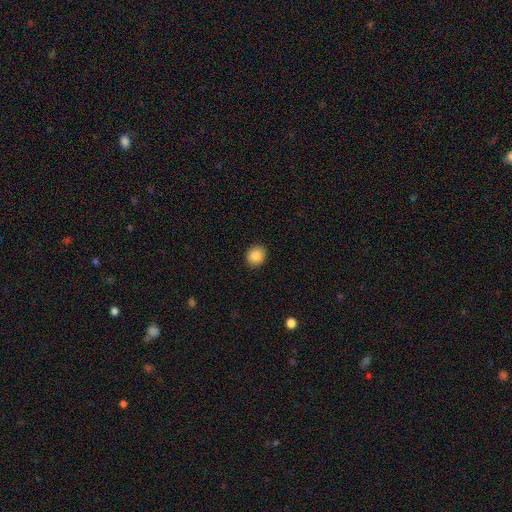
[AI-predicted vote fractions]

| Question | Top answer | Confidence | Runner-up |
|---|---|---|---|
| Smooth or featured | smooth | 87% | star or artifact (9%) |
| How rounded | round | 74% | in between (25%) |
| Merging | none | 91% | minor disturbance (7%) |